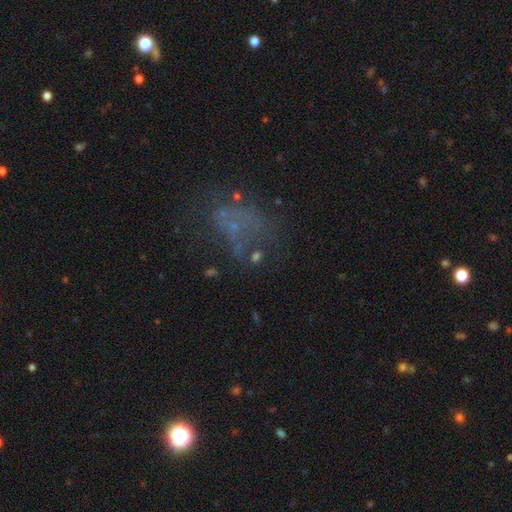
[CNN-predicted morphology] Overall: featured or disk (41%; star or artifact 30%). Merging: none (42%; major disturbance 32%).